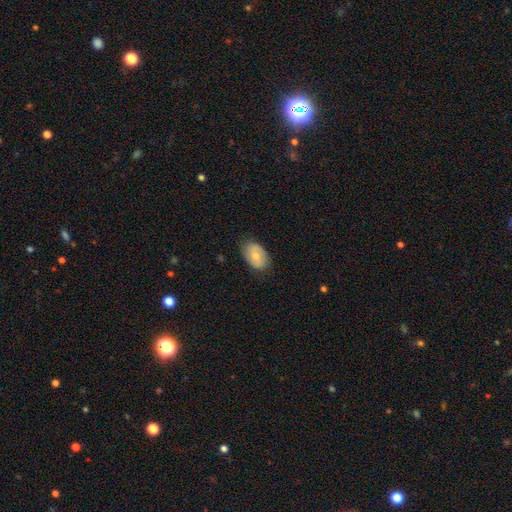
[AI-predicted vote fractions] Smooth or featured?
  - smooth: 61% *
  - featured or disk: 33%
  - star or artifact: 6%
How rounded?
  - in between: 88% *
  - round: 11%
  - cigar-shaped: 1%
Merging?
  - none: 76% *
  - minor disturbance: 19%
  - major disturbance: 4%
  - merger: 1%